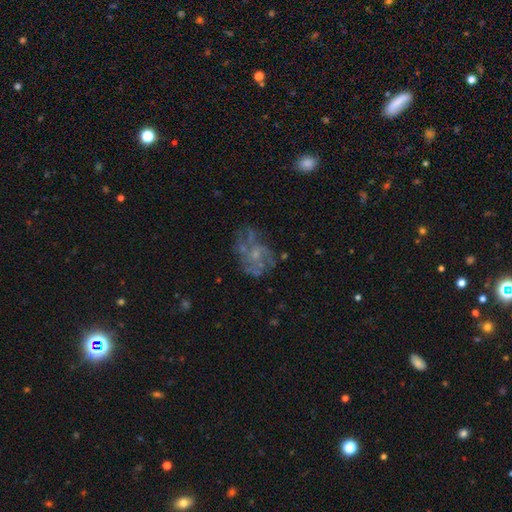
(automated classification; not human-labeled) Smooth or featured?
  - featured or disk: 67% *
  - smooth: 20%
  - star or artifact: 13%
Edge-on disk?
  - no: 98% *
  - yes: 2%
Bar?
  - no: 82% *
  - weak: 15%
  - strong: 2%
Spiral arms?
  - yes: 52% *
  - no: 48%
Bulge size?
  - small: 53% *
  - moderate: 23%
  - none: 21%
  - large: 2%
  - dominant: 1%
Merging?
  - none: 53% *
  - major disturbance: 23%
  - minor disturbance: 20%
  - merger: 5%